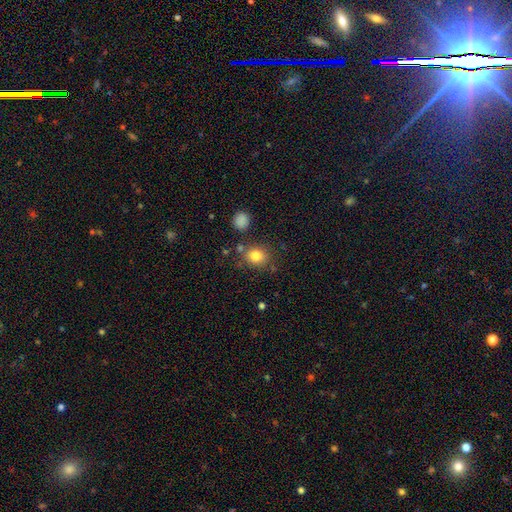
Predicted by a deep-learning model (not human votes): A smooth galaxy with no disk features (82%) that is round (70%).

Vote fractions:
- Smooth or featured? smooth: 82% / star or artifact: 11% / featured or disk: 7%
- How rounded? round: 70% / in between: 29% / cigar-shaped: 1%
- Merging? none: 76% / minor disturbance: 12% / merger: 8% / major disturbance: 4%